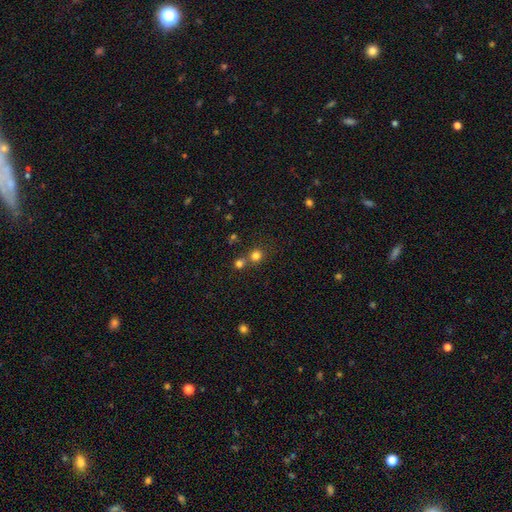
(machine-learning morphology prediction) smooth 77%, star or artifact 17%, featured or disk 6%. Down the decision tree: how rounded — round (88%); merging — none (59%).